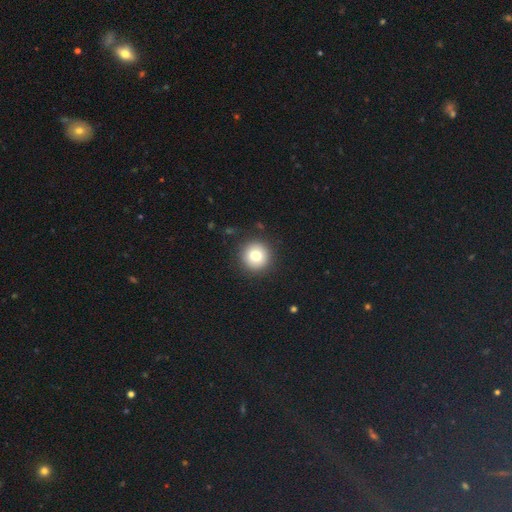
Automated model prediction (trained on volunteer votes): A smooth galaxy with no disk features (78%) that is round (95%).

Vote fractions:
- Smooth or featured? smooth: 78% / featured or disk: 11% / star or artifact: 11%
- How rounded? round: 95% / in between: 4% / cigar-shaped: 1%
- Merging? none: 91% / minor disturbance: 6% / major disturbance: 2% / merger: 1%